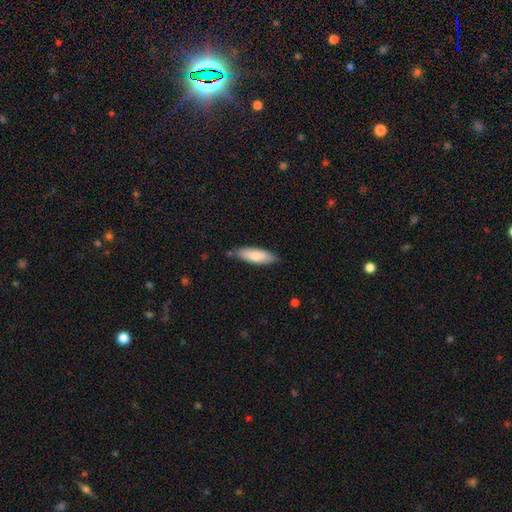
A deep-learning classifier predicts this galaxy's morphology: Smooth or featured: smooth — 77% (featured or disk — 17%)
How rounded: in between — 55% (cigar-shaped — 44%)
Merging: none — 80% (minor disturbance — 15%)